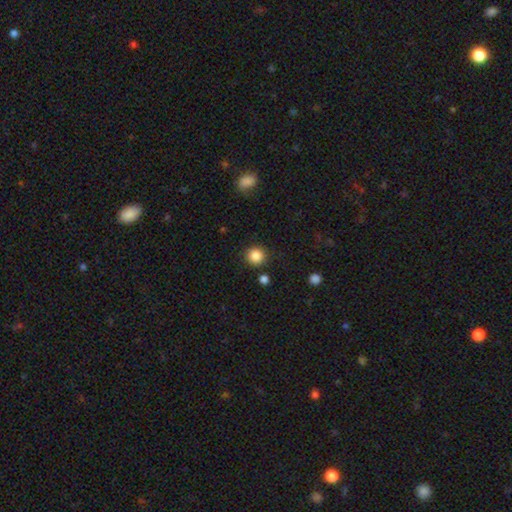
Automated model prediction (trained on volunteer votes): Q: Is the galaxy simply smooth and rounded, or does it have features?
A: smooth — 86%.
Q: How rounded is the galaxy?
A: round — 93%.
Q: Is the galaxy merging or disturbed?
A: none — 87%.